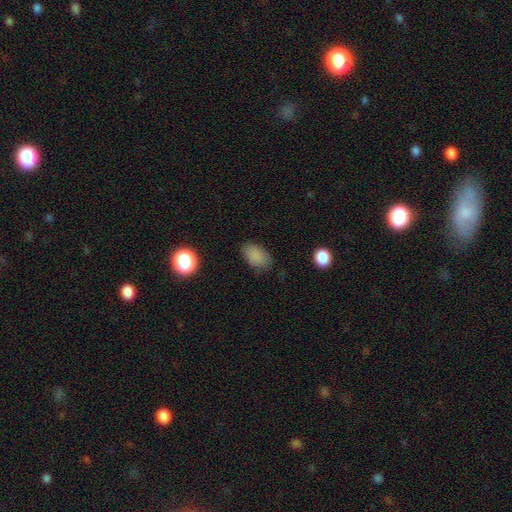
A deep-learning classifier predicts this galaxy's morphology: A smooth galaxy with no disk features (84%) that is in between round and cigar-shaped (90%). Merging: none (77%).